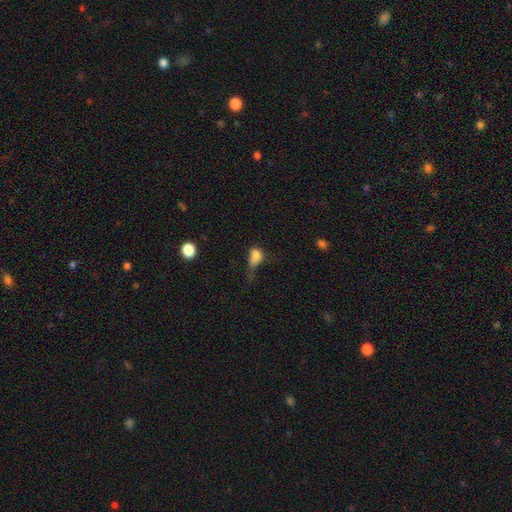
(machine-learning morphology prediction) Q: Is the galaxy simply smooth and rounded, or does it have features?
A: smooth — 75%.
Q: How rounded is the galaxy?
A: in between — 72%.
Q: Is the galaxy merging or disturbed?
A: major disturbance — 42%.